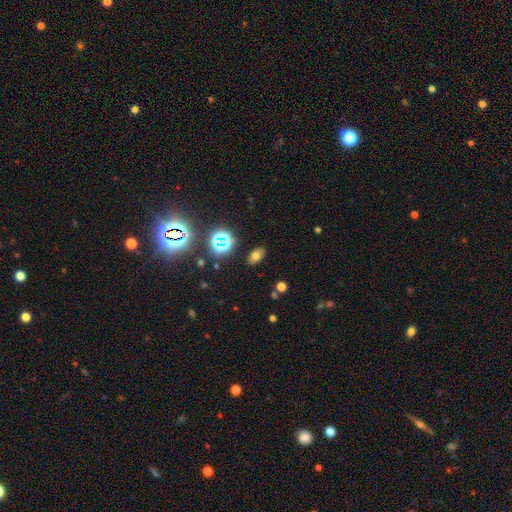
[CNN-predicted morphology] This is likely a smooth galaxy (62%). How rounded: clearly in between (86%). Merging: clearly none (86%).